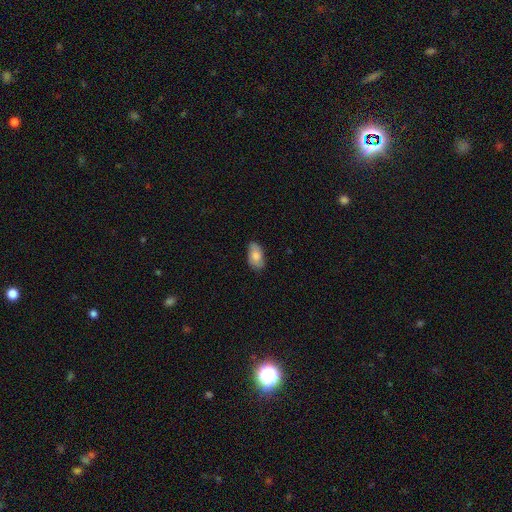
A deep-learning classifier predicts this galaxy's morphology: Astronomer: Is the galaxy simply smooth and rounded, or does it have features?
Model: smooth — 75%.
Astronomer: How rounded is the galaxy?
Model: in between — 93%.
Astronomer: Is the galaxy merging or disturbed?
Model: none — 78%.